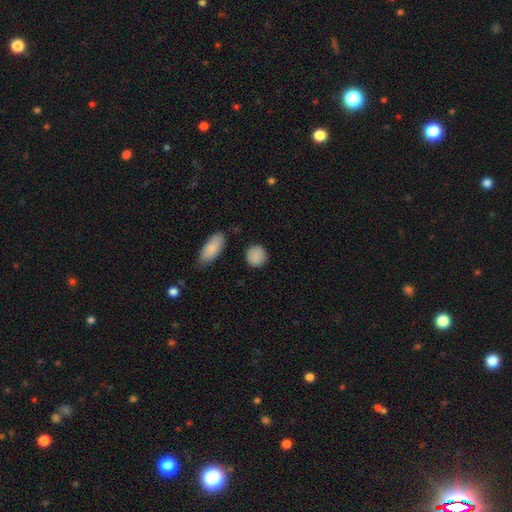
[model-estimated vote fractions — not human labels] smooth_or_featured: smooth (p=0.88) [alt: star or artifact p=0.07]
how_rounded: round (p=0.84) [alt: in between p=0.14]
merging: none (p=0.86) [alt: minor disturbance p=0.09]